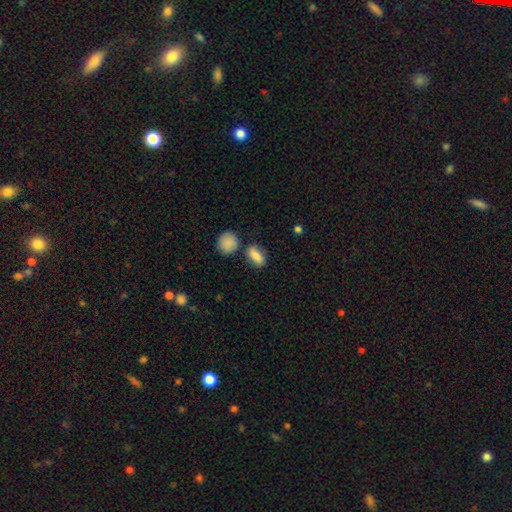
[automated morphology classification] smooth 83%, featured or disk 9%, star or artifact 8%. Down the decision tree: how rounded — in between (77%); merging — none (71%).